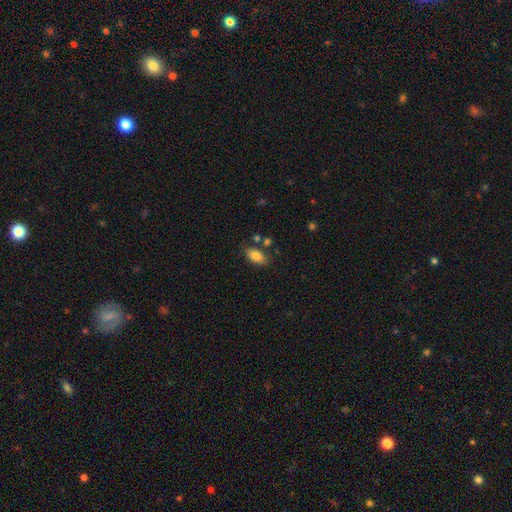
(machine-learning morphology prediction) smooth_or_featured: smooth (p=0.84) [alt: featured or disk p=0.08]
how_rounded: in between (p=0.92) [alt: round p=0.04]
merging: none (p=0.78) [alt: minor disturbance p=0.13]